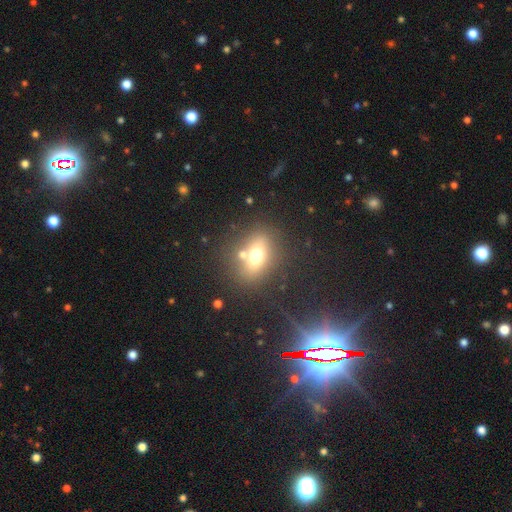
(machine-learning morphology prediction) Smooth or featured?
  - smooth: 61% *
  - featured or disk: 23%
  - star or artifact: 16%
How rounded?
  - in between: 57% *
  - round: 39%
  - cigar-shaped: 4%
Merging?
  - none: 64% *
  - merger: 19%
  - minor disturbance: 11%
  - major disturbance: 6%